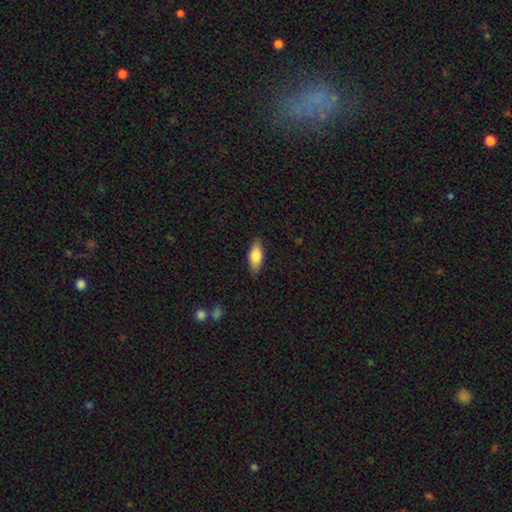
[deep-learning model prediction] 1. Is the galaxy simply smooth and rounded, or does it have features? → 80% smooth, 14% featured or disk, 6% star or artifact.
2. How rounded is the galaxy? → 82% in between, 16% cigar-shaped, 2% round.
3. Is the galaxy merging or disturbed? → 86% none, 11% minor disturbance, 2% major disturbance, 1% merger.